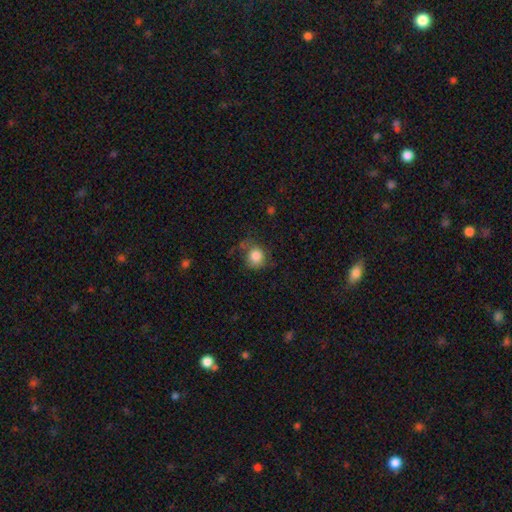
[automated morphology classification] smooth 83%, star or artifact 9%, featured or disk 8%. Down the decision tree: how rounded — round (82%); merging — none (62%).